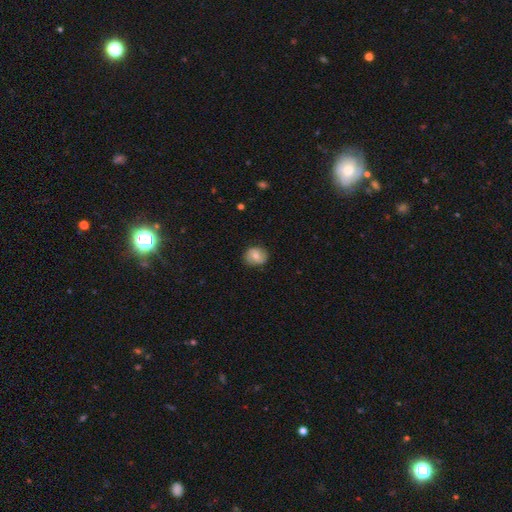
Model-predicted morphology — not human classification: smooth 61%, featured or disk 31%, star or artifact 8%. Down the decision tree: how rounded — round (67%); merging — none (81%).